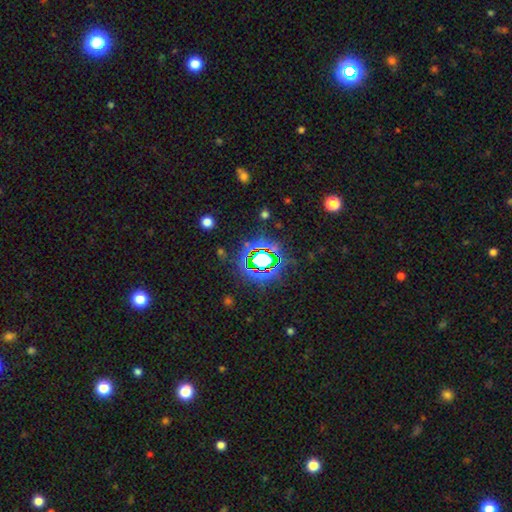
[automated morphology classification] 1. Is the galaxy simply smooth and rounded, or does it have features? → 79% star or artifact, 13% smooth, 8% featured or disk.